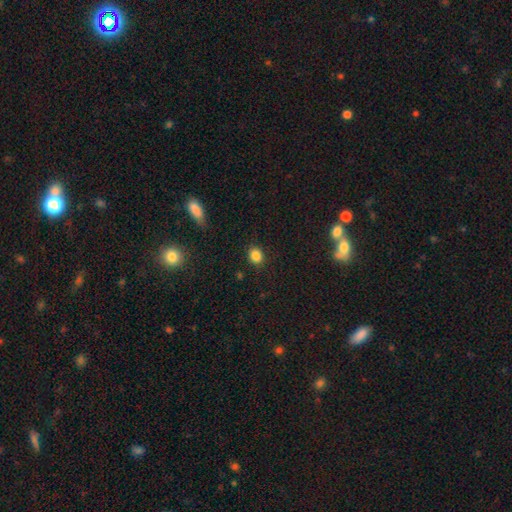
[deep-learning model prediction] This appears to be a smooth galaxy with no disk features (84%) that is round (60%). Merging: none (86%).